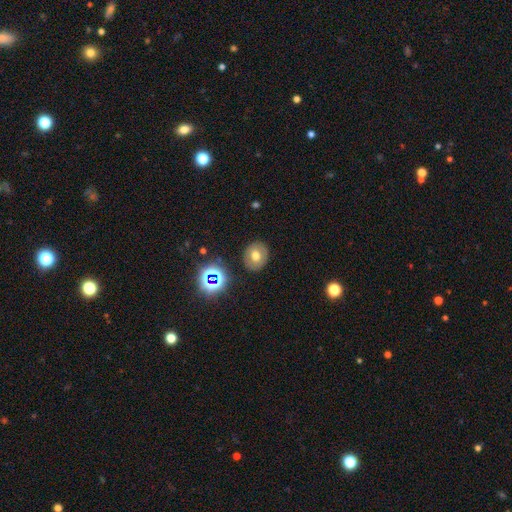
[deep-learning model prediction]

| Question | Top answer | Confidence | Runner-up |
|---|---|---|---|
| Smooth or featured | smooth | 61% | featured or disk (23%) |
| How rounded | round | 72% | in between (27%) |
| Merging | none | 86% | minor disturbance (9%) |